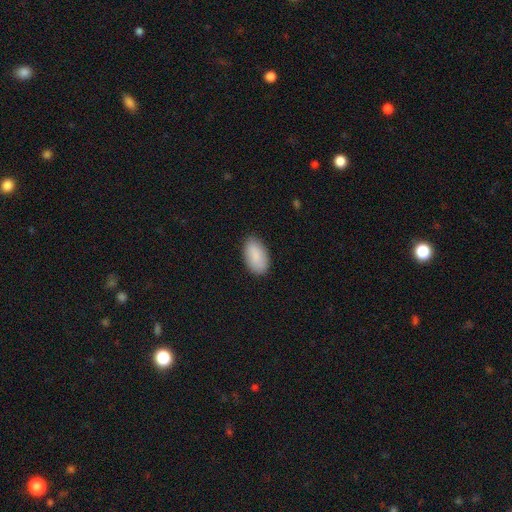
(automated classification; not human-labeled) Morphology: type=smooth (89%); roundness=in between (95%); merging=none (86%).